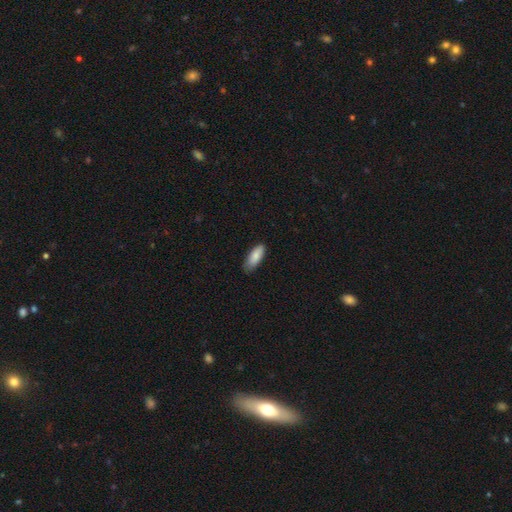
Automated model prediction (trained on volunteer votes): A smooth galaxy with no disk features (86%) that is in between round and cigar-shaped (72%).

Vote fractions:
- Smooth or featured? smooth: 86% / featured or disk: 8% / star or artifact: 6%
- How rounded? in between: 72% / cigar-shaped: 26% / round: 2%
- Merging? none: 77% / minor disturbance: 20% / major disturbance: 2% / merger: 1%